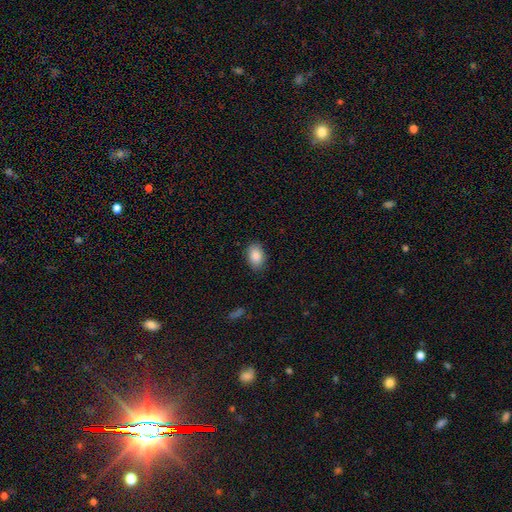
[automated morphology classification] A smooth galaxy with no disk features (87%) that is in between round and cigar-shaped (86%).

Vote fractions:
- Smooth or featured? smooth: 87% / star or artifact: 7% / featured or disk: 5%
- How rounded? in between: 86% / round: 13% / cigar-shaped: 1%
- Merging? none: 86% / minor disturbance: 10% / major disturbance: 2% / merger: 1%